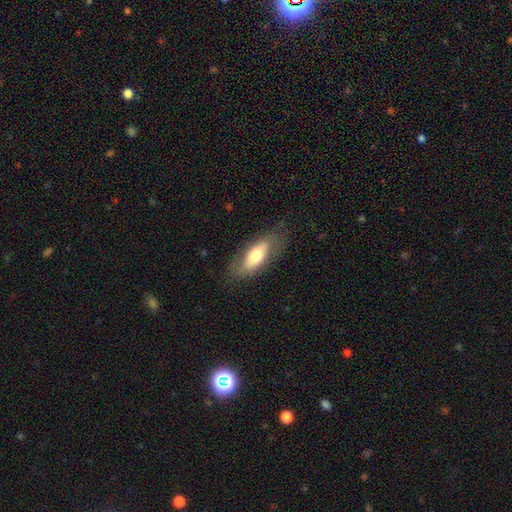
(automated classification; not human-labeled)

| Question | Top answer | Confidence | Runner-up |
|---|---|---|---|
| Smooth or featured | smooth | 62% | featured or disk (33%) |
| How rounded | in between | 75% | cigar-shaped (22%) |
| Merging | none | 76% | minor disturbance (17%) |